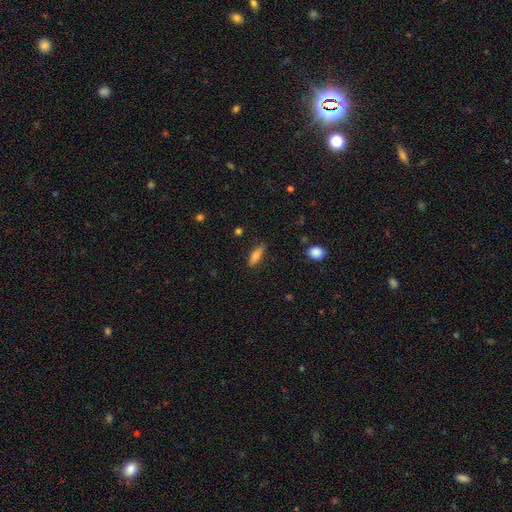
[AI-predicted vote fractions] Morphology: type=smooth (80%); roundness=in between (57%); merging=none (81%).